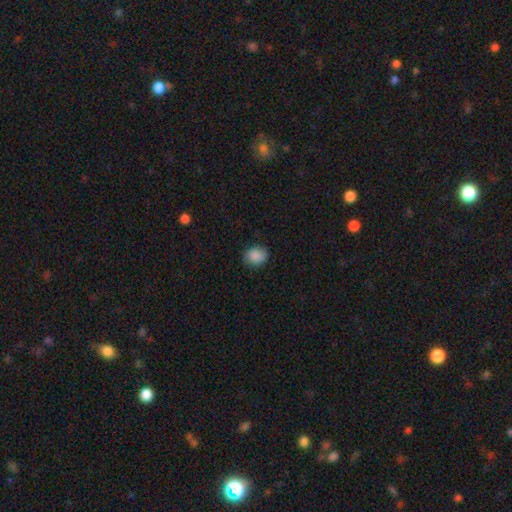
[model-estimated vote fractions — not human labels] Smooth or featured? Predicted: smooth (p=0.88). How rounded? Predicted: round (p=0.63). Merging? Predicted: none (p=0.85).